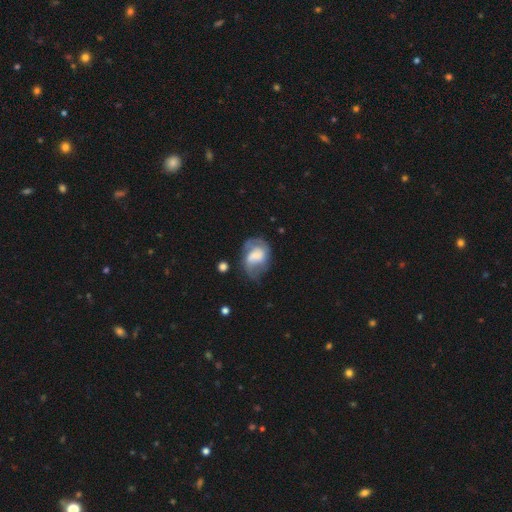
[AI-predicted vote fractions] Smooth or featured? Predicted: featured or disk (p=0.56). Edge-on disk? Predicted: no (p=0.97). Bar? Predicted: no (p=0.49). Spiral arms? Predicted: yes (p=0.72). Bulge size? Predicted: none (p=0.29). Merging? Predicted: none (p=0.40).